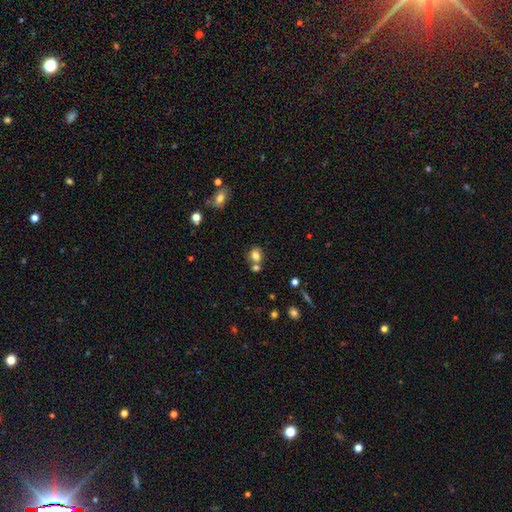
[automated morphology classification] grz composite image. It shows a smooth galaxy with no disk features (78%) that is round (66%). Merging: none (55%).